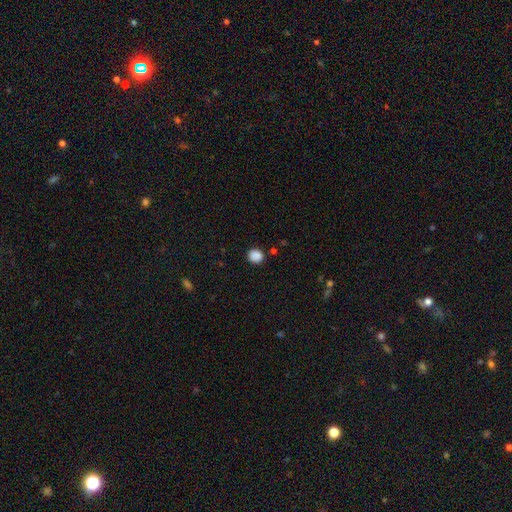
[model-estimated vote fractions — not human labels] Q: Smooth or featured?
A: smooth (87%); runner-up: star or artifact (10%)
Q: How rounded?
A: round (83%); runner-up: in between (17%)
Q: Merging?
A: none (86%); runner-up: minor disturbance (8%)